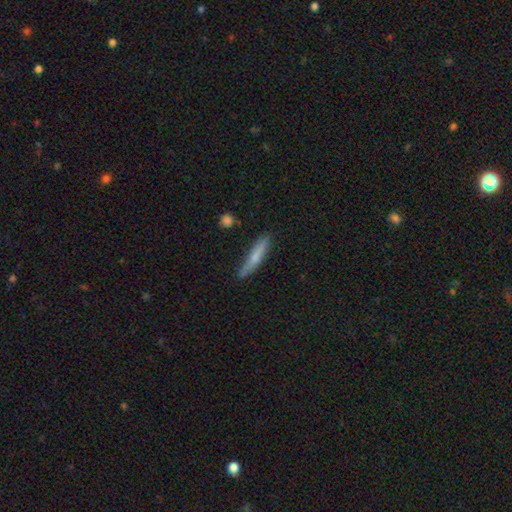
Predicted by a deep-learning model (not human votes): smooth_or_featured: smooth (p=0.65) [alt: featured or disk p=0.29]
how_rounded: cigar-shaped (p=0.91) [alt: in between p=0.07]
merging: none (p=0.79) [alt: minor disturbance p=0.16]